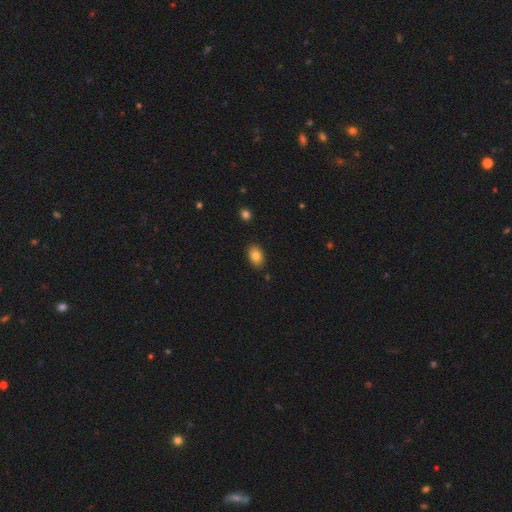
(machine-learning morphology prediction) This is clearly a smooth galaxy (83%). How rounded: clearly in between (84%). Merging: clearly none (88%).